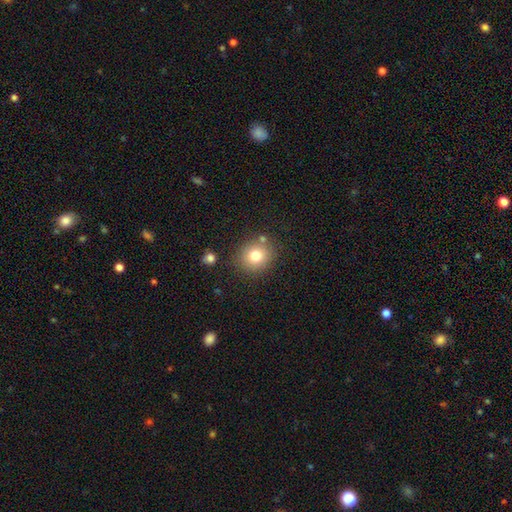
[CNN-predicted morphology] This appears to be a smooth galaxy with no disk features (78%) that is round (80%). Merging: none (79%).